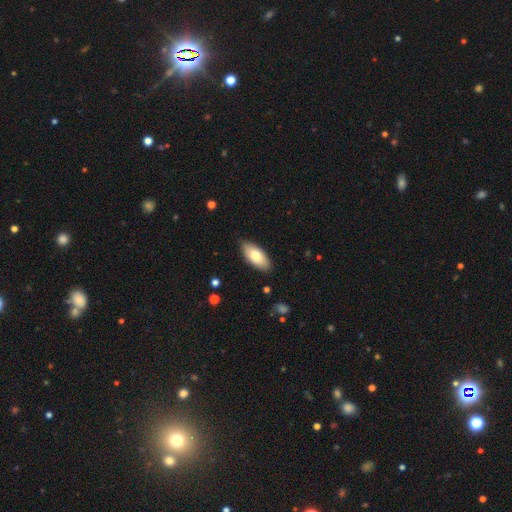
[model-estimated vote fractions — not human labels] The model was most divided on "smooth or featured": smooth: 78%, featured or disk: 16%, star or artifact: 6%. More confident: how rounded — in between (89%); merging — none (86%).